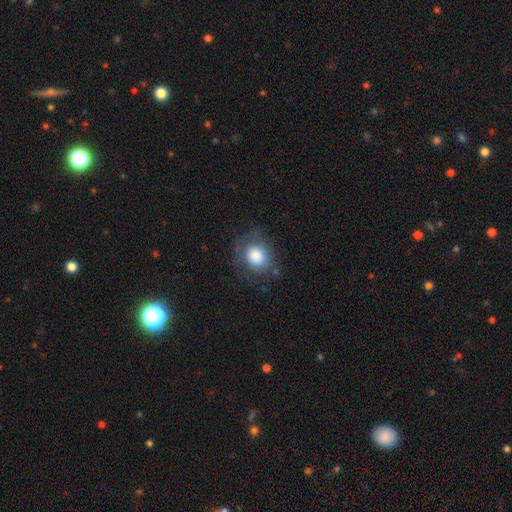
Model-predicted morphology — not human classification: The model was most divided on "how rounded": round: 69%, in between: 30%, cigar-shaped: 1%. More confident: smooth or featured — smooth (78%); merging — none (65%).